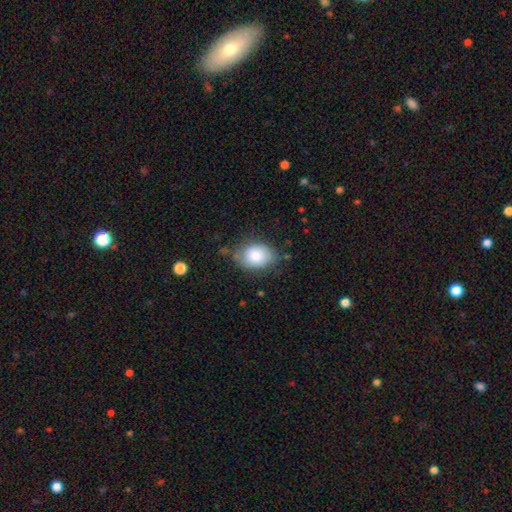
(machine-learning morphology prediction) Smooth or featured?
  - smooth: 82% *
  - featured or disk: 10%
  - star or artifact: 7%
How rounded?
  - in between: 76% *
  - round: 22%
  - cigar-shaped: 1%
Merging?
  - none: 69% *
  - minor disturbance: 23%
  - major disturbance: 6%
  - merger: 2%